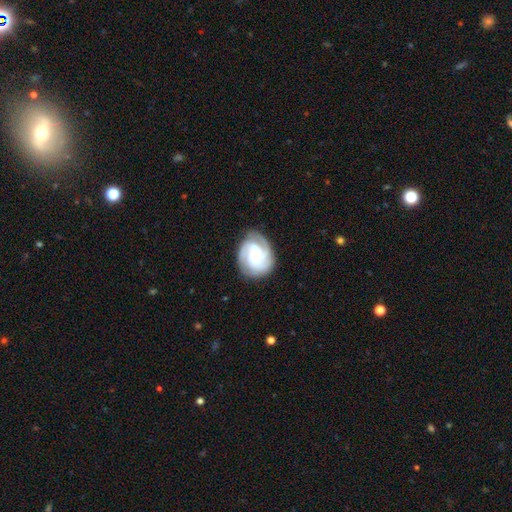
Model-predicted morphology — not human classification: type=featured or disk (85%); edge-on=no (98%); bar=no (65%); spiral arms=yes (98%); winding=tight (60%); arm count=3 (48%); bulge=small (65%); merging=none (78%).